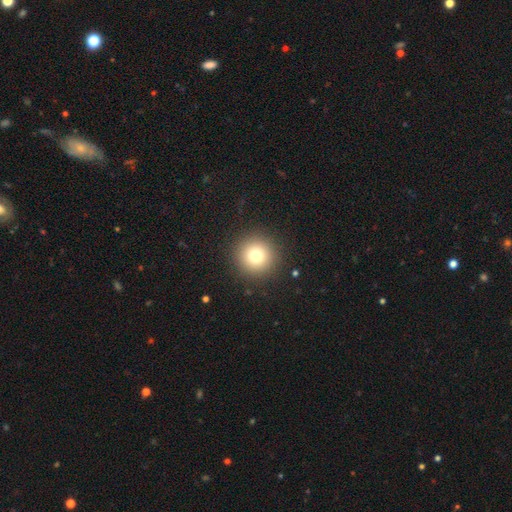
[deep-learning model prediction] Smooth or featured? Predicted: smooth (p=0.76). How rounded? Predicted: round (p=0.96). Merging? Predicted: none (p=0.91).